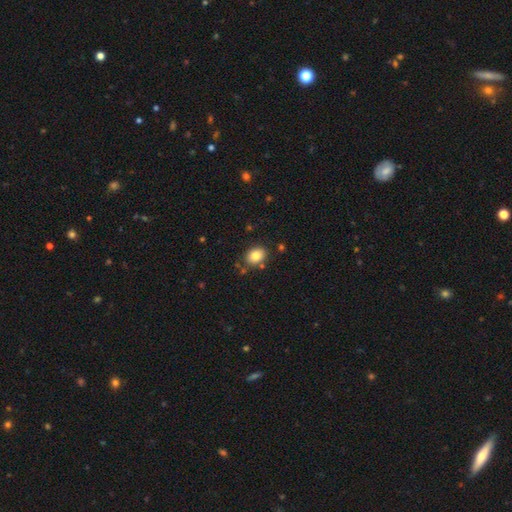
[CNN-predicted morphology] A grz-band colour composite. It shows a smooth galaxy with no disk features (84%) that is in between round and cigar-shaped (65%). Merging: none (80%).